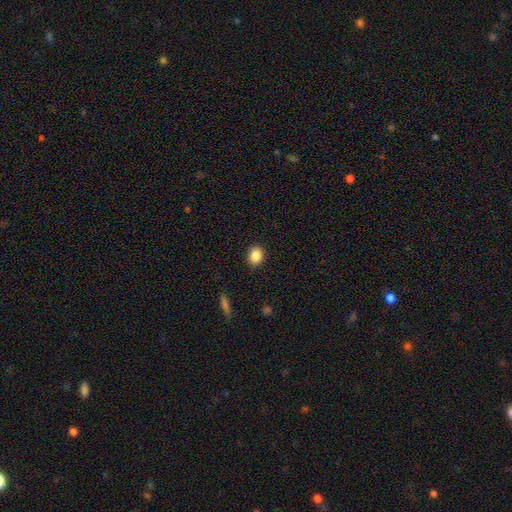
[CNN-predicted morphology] Smooth or featured?
  - smooth: 87% *
  - star or artifact: 9%
  - featured or disk: 4%
How rounded?
  - round: 51% *
  - in between: 47%
  - cigar-shaped: 1%
Merging?
  - none: 90% *
  - minor disturbance: 7%
  - major disturbance: 2%
  - merger: 1%